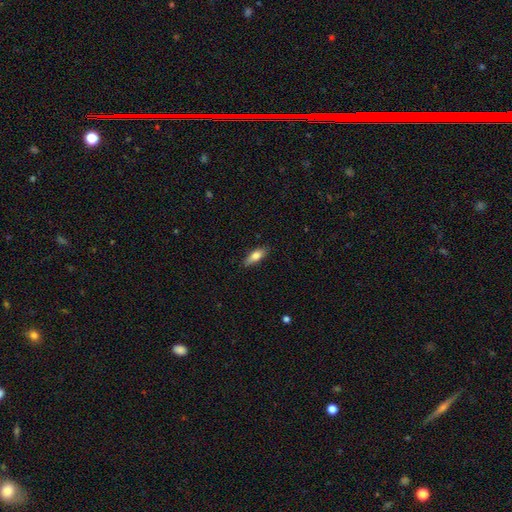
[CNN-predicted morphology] Smooth or featured? smooth (74%)
How rounded? in between (64%)
Merging? none (85%)